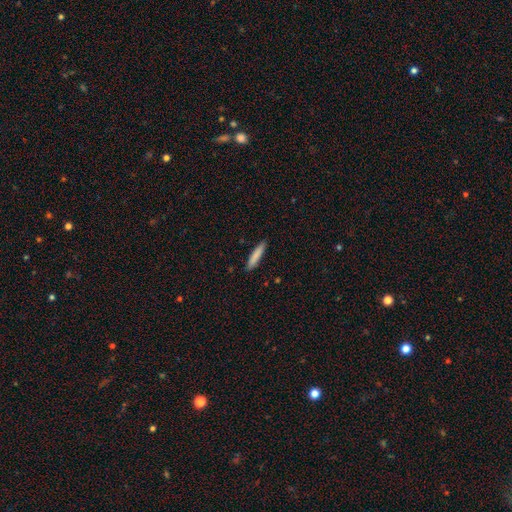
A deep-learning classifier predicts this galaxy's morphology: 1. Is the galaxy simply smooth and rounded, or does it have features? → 84% smooth, 10% featured or disk, 6% star or artifact.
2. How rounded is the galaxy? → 88% cigar-shaped, 11% in between, 1% round.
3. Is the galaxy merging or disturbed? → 89% none, 8% minor disturbance, 2% major disturbance, 1% merger.